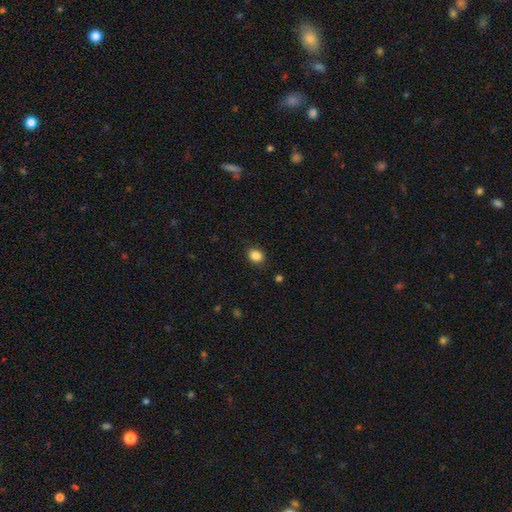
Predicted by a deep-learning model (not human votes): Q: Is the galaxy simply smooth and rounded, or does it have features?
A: smooth — 86%.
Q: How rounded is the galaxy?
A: round — 57%.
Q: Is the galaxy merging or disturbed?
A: none — 85%.